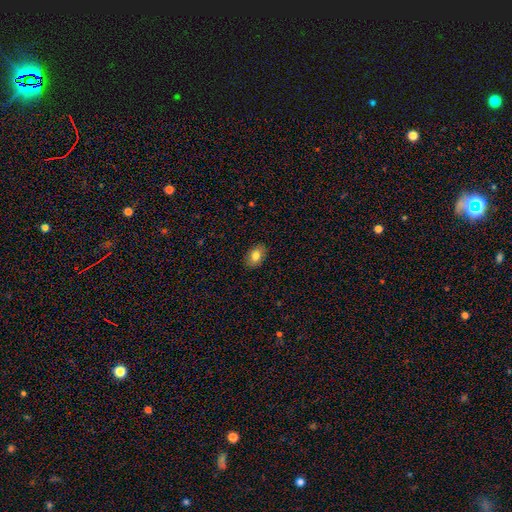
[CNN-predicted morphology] A smooth galaxy with no disk features (81%) that is in between round and cigar-shaped (79%). Merging: none (88%).